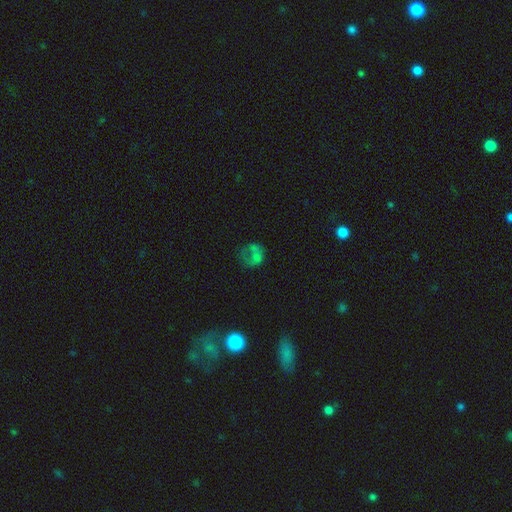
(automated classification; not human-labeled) Morphology: type=smooth (47%); merging=major disturbance (36%, tied with none).